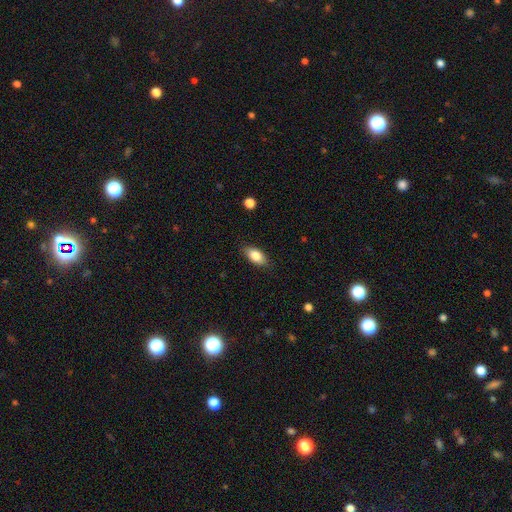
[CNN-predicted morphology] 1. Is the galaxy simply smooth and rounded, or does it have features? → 83% smooth, 10% featured or disk, 7% star or artifact.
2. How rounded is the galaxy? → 89% in between, 7% cigar-shaped, 4% round.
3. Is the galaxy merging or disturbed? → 86% none, 11% minor disturbance, 2% major disturbance, 1% merger.